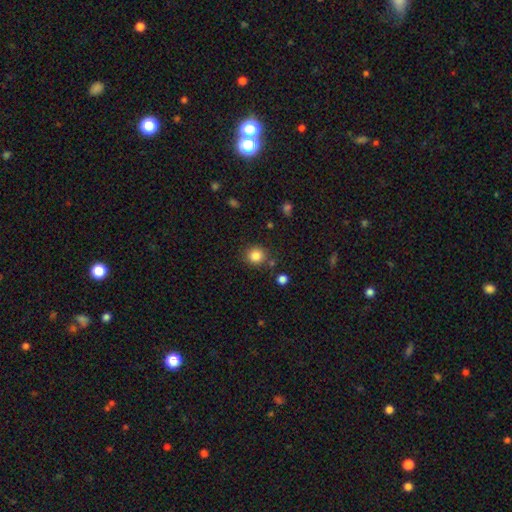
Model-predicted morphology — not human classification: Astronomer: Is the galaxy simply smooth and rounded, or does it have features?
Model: smooth — 84%.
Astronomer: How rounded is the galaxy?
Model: round — 88%.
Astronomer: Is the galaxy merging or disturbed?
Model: none — 84%.